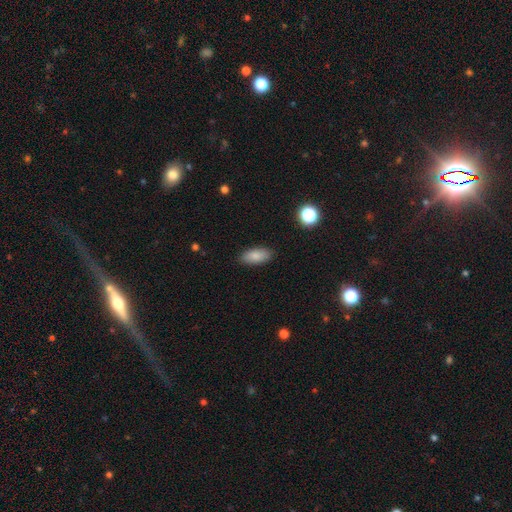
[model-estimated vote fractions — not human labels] This appears to be a smooth galaxy with no disk features (85%) that is in between round and cigar-shaped (86%). Merging: none (87%).